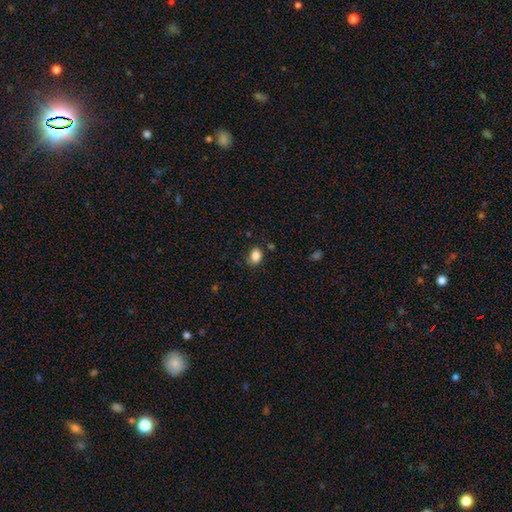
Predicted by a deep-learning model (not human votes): This appears to be a smooth galaxy with no disk features (85%) that is in between round and cigar-shaped (67%). Merging: none (78%).